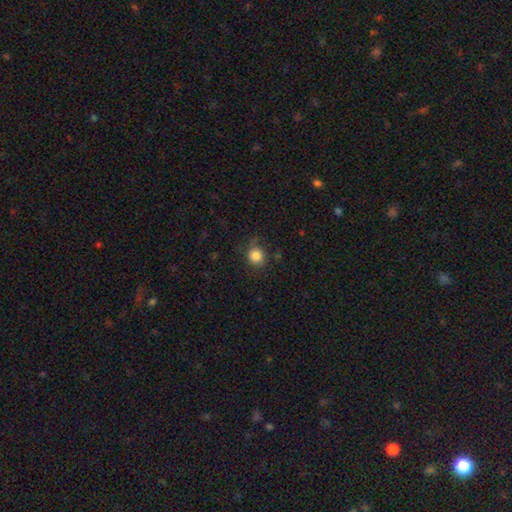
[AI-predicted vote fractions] This is clearly a smooth galaxy (84%). How rounded: clearly round (87%). Merging: likely none (75%).